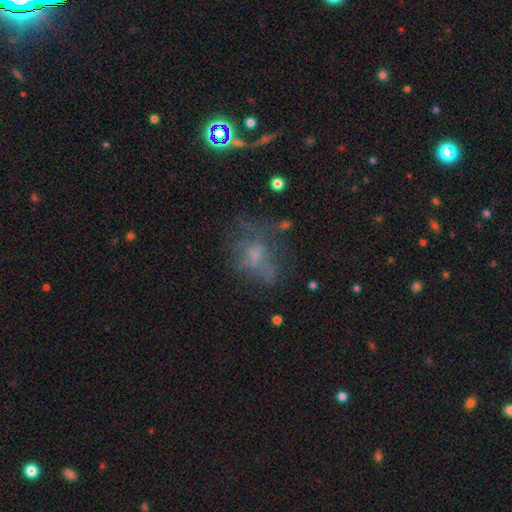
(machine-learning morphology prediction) Smooth or featured? Predicted: featured or disk (p=0.42). Merging? Predicted: none (p=0.42).